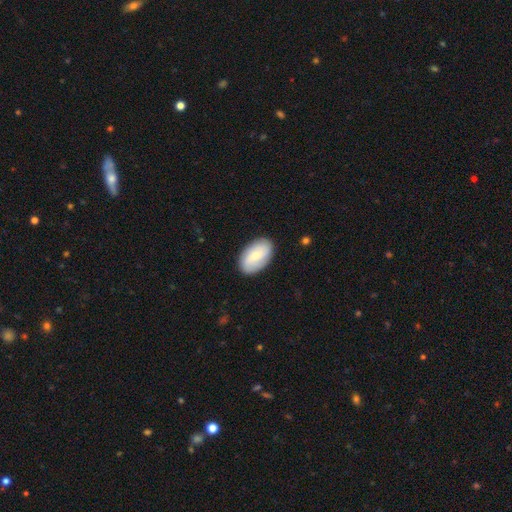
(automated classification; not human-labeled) smooth_or_featured: smooth (p=0.61) [alt: featured or disk p=0.33]
how_rounded: in between (p=0.93) [alt: round p=0.06]
merging: none (p=0.87) [alt: minor disturbance p=0.10]